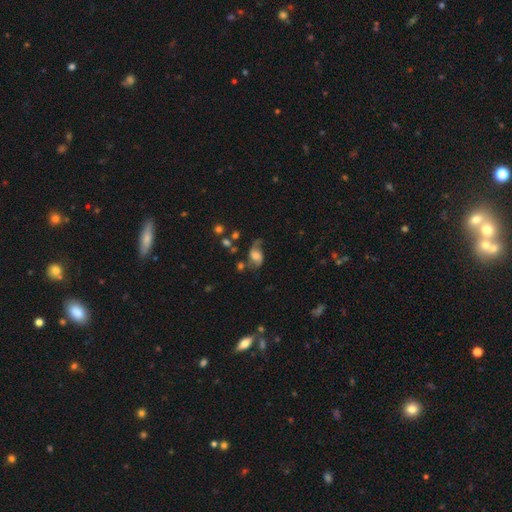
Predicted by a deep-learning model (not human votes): Q: Smooth or featured?
A: featured or disk (61%); runner-up: smooth (29%)
Q: Edge-on disk?
A: no (96%); runner-up: yes (4%)
Q: Bar?
A: no (58%); runner-up: weak (34%)
Q: Spiral arms?
A: yes (88%); runner-up: no (12%)
Q: Spiral winding?
A: loose (63%); runner-up: medium (29%)
Q: Spiral arm count?
A: 2 (77%); runner-up: 1 (14%)
Q: Bulge size?
A: moderate (46%); runner-up: small (24%)
Q: Merging?
A: none (45%); runner-up: minor disturbance (26%)